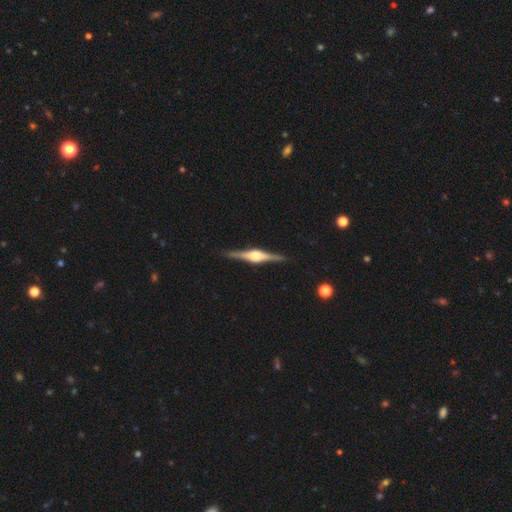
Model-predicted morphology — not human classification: type=featured or disk (86%); edge-on=yes (98%); edge-on bulge=rounded (86%); merging=none (91%).